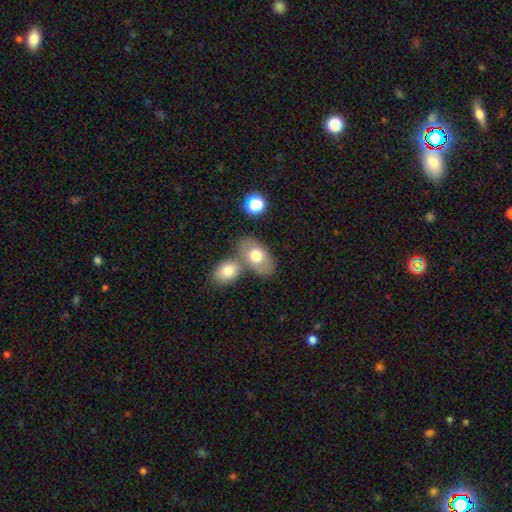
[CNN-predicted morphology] Q: Smooth or featured?
A: smooth (69%); runner-up: featured or disk (24%)
Q: How rounded?
A: in between (88%); runner-up: round (10%)
Q: Merging?
A: none (45%); runner-up: merger (39%)